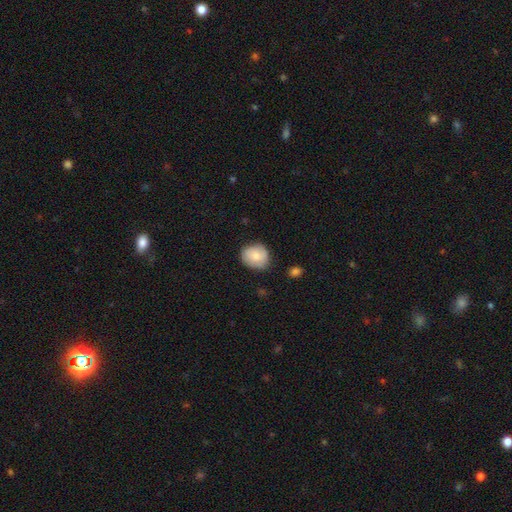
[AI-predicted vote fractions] This appears to be a smooth galaxy with no disk features (79%) that is round (70%). Merging: none (78%).